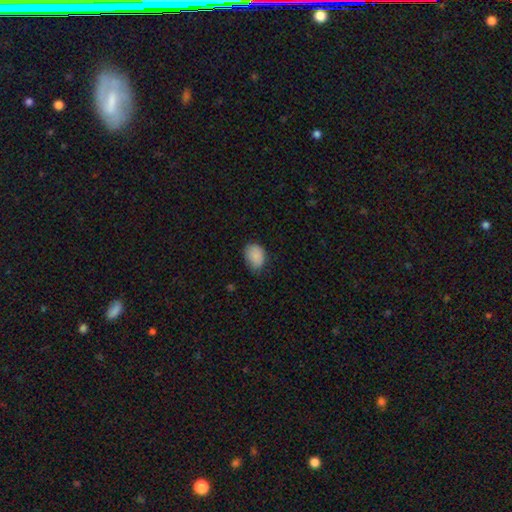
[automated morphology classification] Smooth or featured? smooth (87%)
How rounded? in between (73%)
Merging? none (59%)